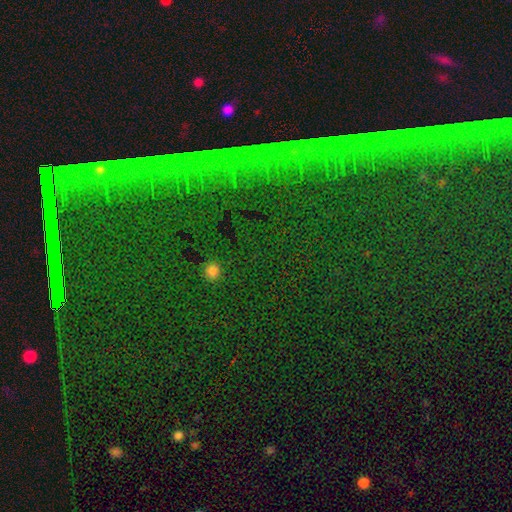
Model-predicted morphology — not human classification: A star or artifact, not a galaxy (82%).

Vote fractions:
- Smooth or featured? star or artifact: 82% / featured or disk: 9% / smooth: 9%